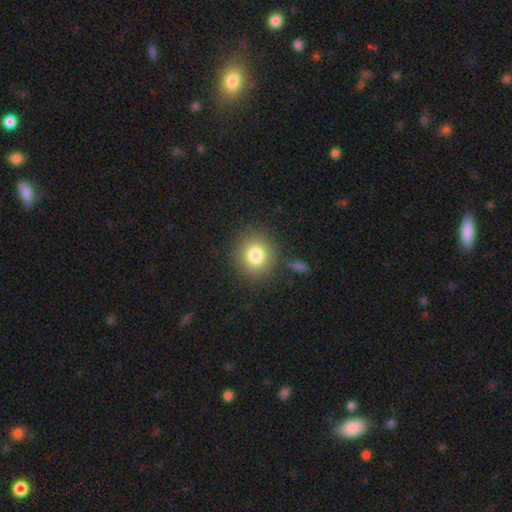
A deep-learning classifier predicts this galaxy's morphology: smooth 81%, star or artifact 11%, featured or disk 9%. Down the decision tree: how rounded — round (83%); merging — none (84%).